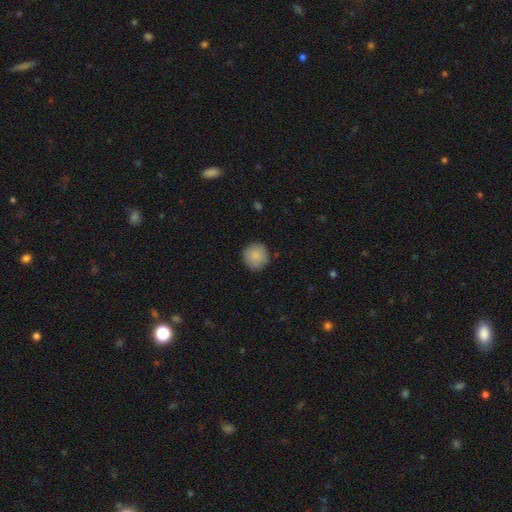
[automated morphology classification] A smooth galaxy with no disk features (87%) that is round (95%).

Vote fractions:
- Smooth or featured? smooth: 87% / star or artifact: 7% / featured or disk: 6%
- How rounded? round: 95% / in between: 5% / cigar-shaped: 1%
- Merging? none: 87% / minor disturbance: 9% / major disturbance: 2% / merger: 1%